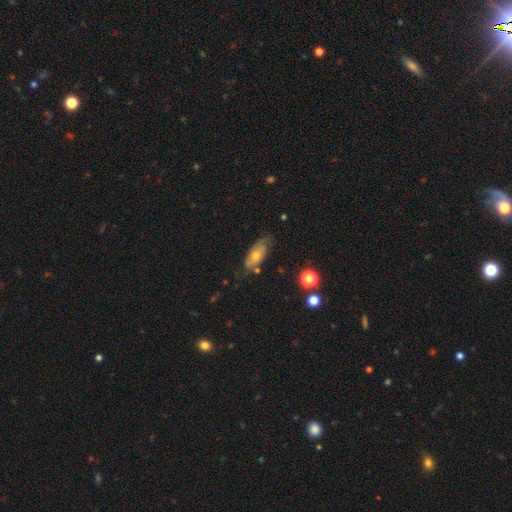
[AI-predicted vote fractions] Q: Smooth or featured?
A: smooth (50%); runner-up: featured or disk (42%)
Q: Merging?
A: none (59%); runner-up: minor disturbance (29%)